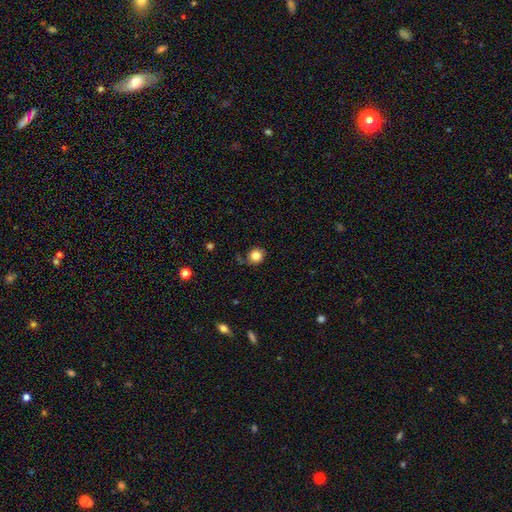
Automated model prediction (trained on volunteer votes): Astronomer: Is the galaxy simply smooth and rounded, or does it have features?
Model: smooth — 82%.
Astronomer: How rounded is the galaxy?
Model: round — 87%.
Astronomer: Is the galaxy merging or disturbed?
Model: none — 75%.